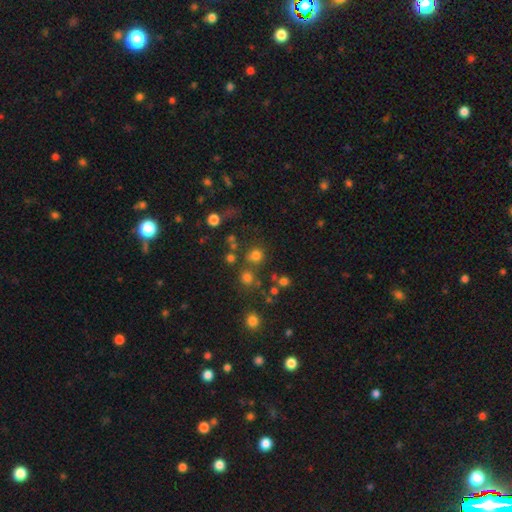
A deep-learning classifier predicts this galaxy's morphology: Smooth or featured? smooth (74%)
How rounded? round (87%)
Merging? none (71%)